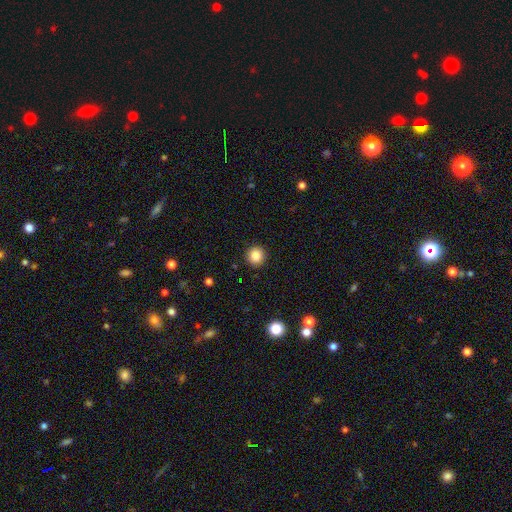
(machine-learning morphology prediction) Smooth or featured? smooth (86%)
How rounded? round (94%)
Merging? none (92%)